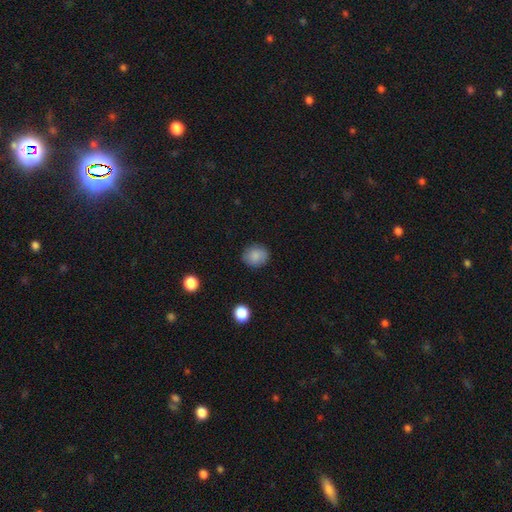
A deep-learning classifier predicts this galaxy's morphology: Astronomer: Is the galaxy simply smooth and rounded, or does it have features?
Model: smooth — 85%.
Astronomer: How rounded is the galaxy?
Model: round — 67%.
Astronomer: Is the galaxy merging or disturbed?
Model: none — 86%.